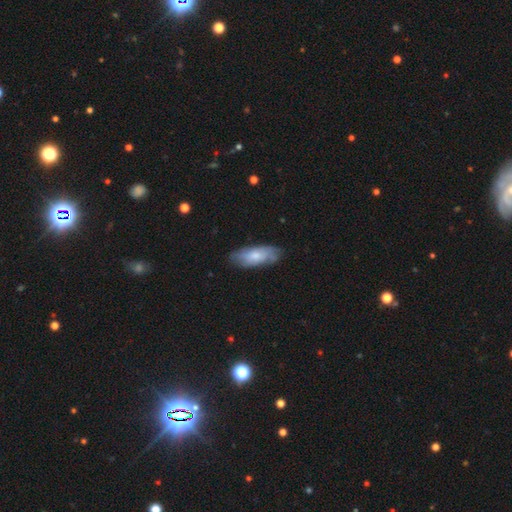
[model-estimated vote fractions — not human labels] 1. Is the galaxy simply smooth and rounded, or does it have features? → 60% smooth, 34% featured or disk, 6% star or artifact.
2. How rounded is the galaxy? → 74% in between, 24% cigar-shaped, 2% round.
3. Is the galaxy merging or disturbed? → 71% none, 23% minor disturbance, 5% major disturbance, 1% merger.